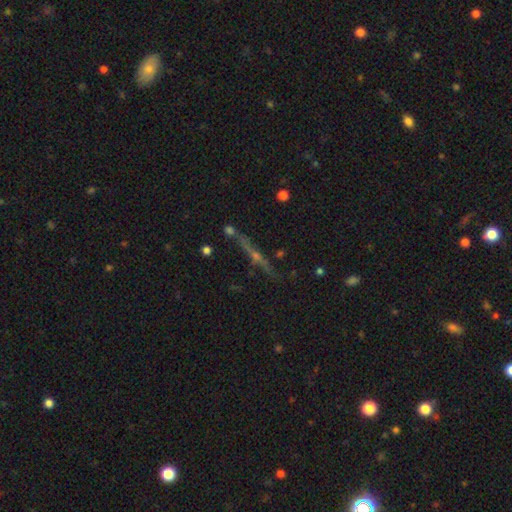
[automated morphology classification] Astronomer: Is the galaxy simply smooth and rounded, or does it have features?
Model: featured or disk — 73%.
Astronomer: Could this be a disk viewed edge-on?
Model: yes — 95%.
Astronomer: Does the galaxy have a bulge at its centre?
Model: rounded — 83%.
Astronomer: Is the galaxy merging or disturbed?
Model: none — 80%.